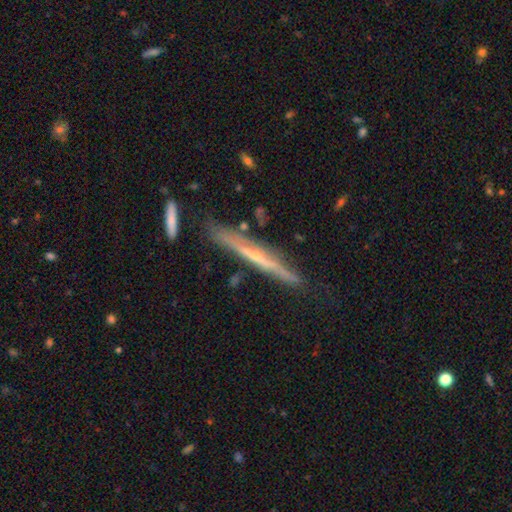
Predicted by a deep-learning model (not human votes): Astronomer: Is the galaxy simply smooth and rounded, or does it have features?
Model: featured or disk — 72%.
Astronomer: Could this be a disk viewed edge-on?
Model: yes — 95%.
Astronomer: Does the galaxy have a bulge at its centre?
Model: rounded — 50% (runner-up: none, 45%).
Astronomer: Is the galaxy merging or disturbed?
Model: none — 79%.